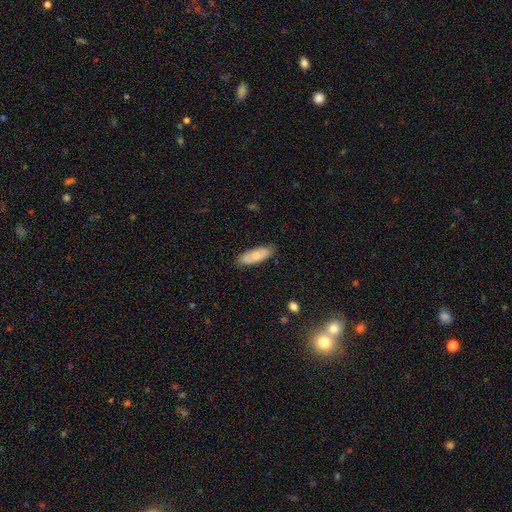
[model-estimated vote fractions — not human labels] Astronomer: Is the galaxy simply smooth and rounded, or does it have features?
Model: smooth — 65%.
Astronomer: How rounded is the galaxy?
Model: in between — 72%.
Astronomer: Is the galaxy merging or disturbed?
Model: none — 82%.